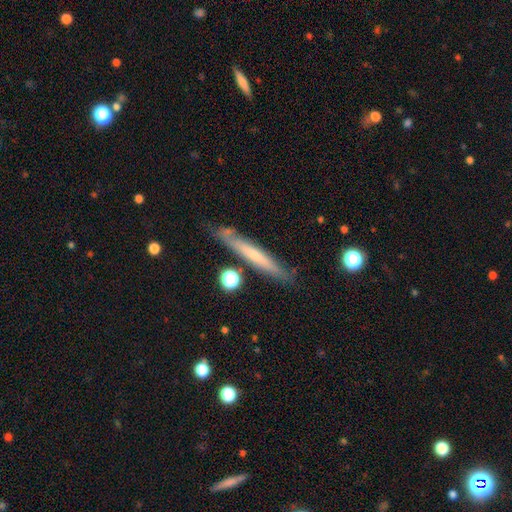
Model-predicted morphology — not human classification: type=smooth (52%); roundness=cigar-shaped (93%); merging=none (76%).